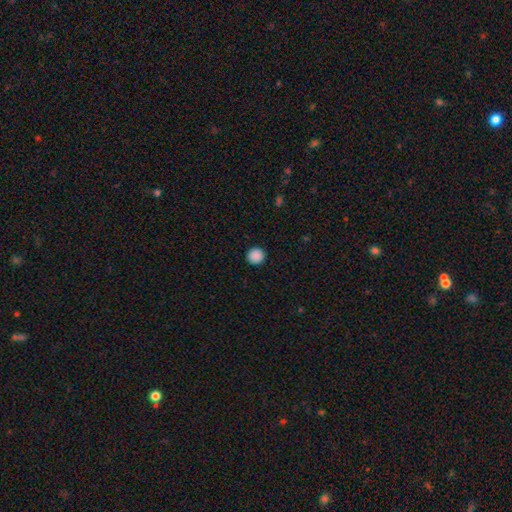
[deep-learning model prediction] Smooth or featured? smooth (89%)
How rounded? round (95%)
Merging? none (93%)